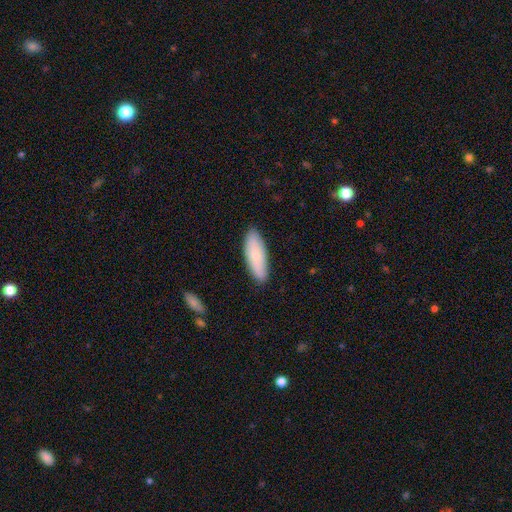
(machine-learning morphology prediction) Smooth or featured? Predicted: smooth (p=0.78). How rounded? Predicted: in between (p=0.62). Merging? Predicted: none (p=0.87).